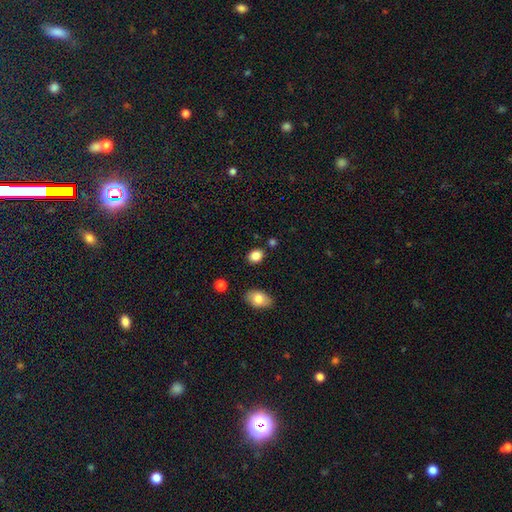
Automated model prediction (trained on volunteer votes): A smooth galaxy with no disk features (85%) that is in between round and cigar-shaped (61%). Merging: none (83%).